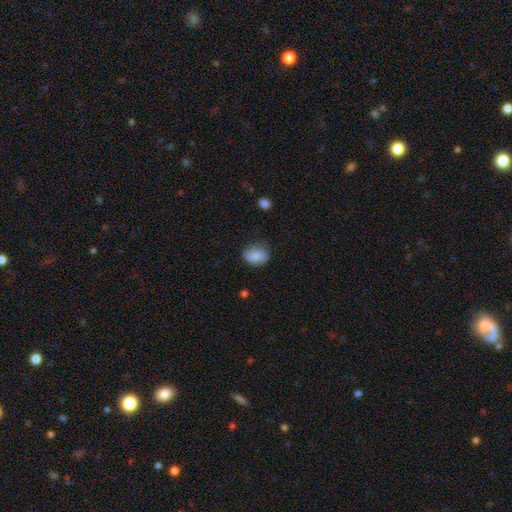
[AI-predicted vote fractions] Smooth or featured?
  - smooth: 82% *
  - featured or disk: 11%
  - star or artifact: 8%
How rounded?
  - in between: 57% *
  - round: 42%
  - cigar-shaped: 1%
Merging?
  - none: 69% *
  - minor disturbance: 23%
  - major disturbance: 6%
  - merger: 1%